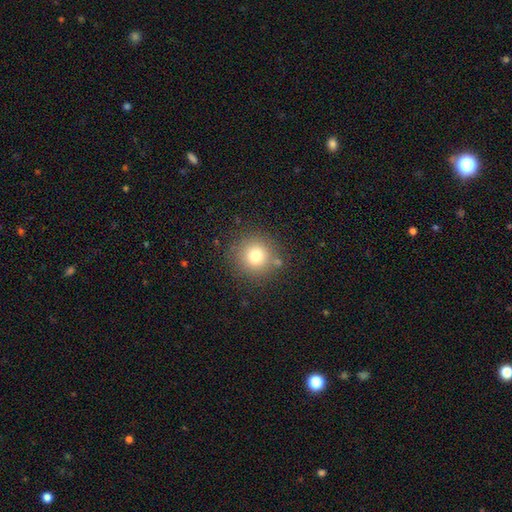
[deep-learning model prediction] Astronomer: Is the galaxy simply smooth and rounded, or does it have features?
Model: smooth — 75%.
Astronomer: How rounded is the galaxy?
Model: round — 94%.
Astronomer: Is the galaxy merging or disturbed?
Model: none — 84%.